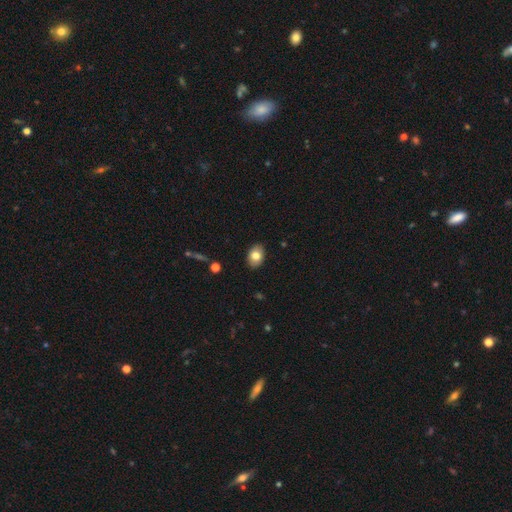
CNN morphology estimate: smooth_or_featured: smooth (p=0.79) [alt: featured or disk p=0.13]
how_rounded: in between (p=0.79) [alt: round p=0.19]
merging: none (p=0.89) [alt: minor disturbance p=0.08]